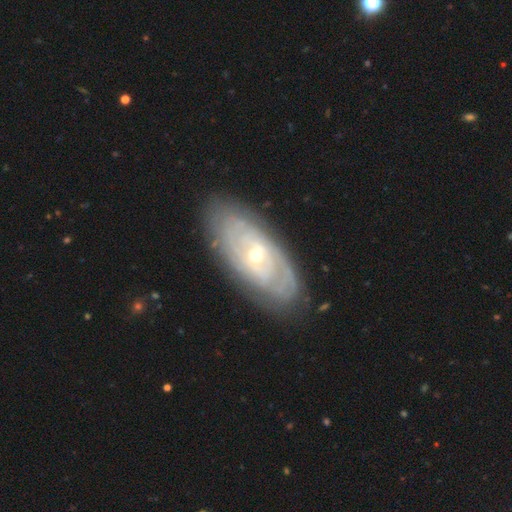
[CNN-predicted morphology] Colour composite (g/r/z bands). It shows a featured or disk galaxy (78%) with no bar (70%), tight (77%) spiral arms (79%) and a small central bulge (57%). Merging: none (83%).